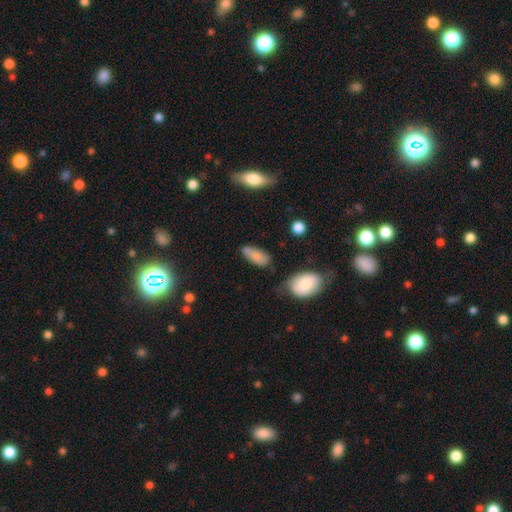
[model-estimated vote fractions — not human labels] The model was most divided on "merging": none: 56%, minor disturbance: 29%, major disturbance: 8%, merger: 7%. More confident: smooth or featured — smooth (81%); how rounded — in between (81%).